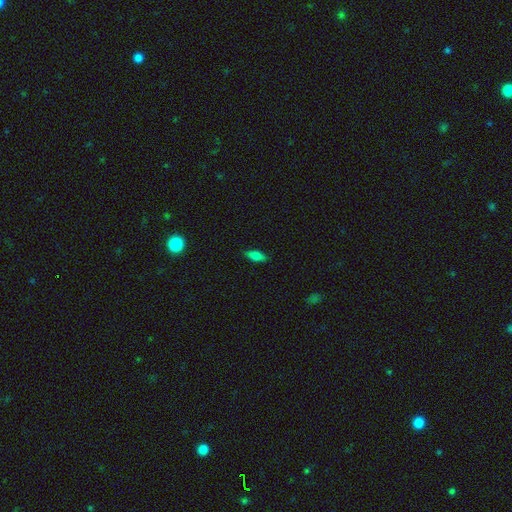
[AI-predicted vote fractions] Overall: smooth (75%). How rounded: in between (74%). Merging: none (86%).